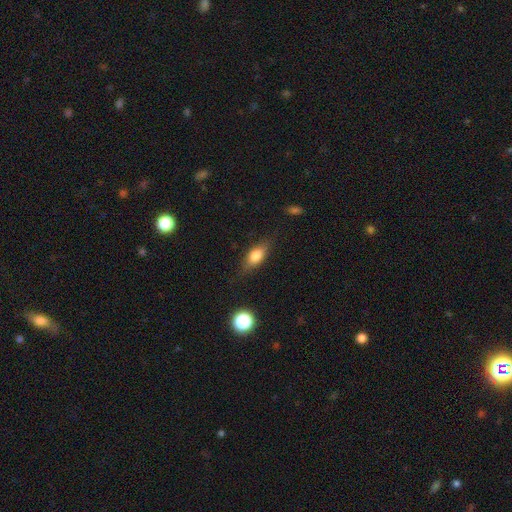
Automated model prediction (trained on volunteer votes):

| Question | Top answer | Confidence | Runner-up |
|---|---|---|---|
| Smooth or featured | smooth | 73% | featured or disk (18%) |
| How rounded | in between | 75% | cigar-shaped (16%) |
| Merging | none | 78% | minor disturbance (16%) |